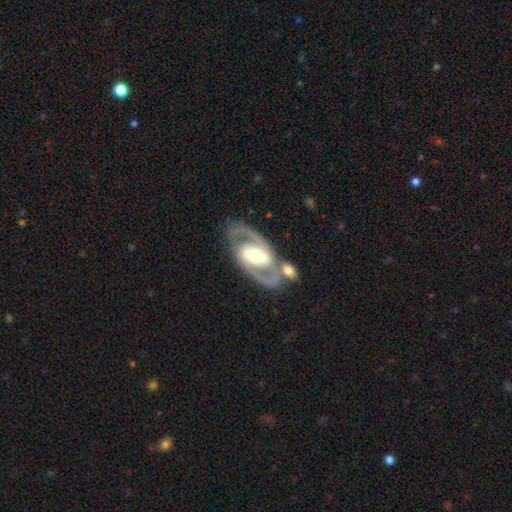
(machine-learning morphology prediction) Smooth or featured? featured or disk (87%)
Edge-on disk? no (95%)
Bar? strong (54%)
Spiral arms? yes (90%)
Spiral winding? medium (54%)
Spiral arm count? 2 (90%)
Bulge size? moderate (64%)
Merging? none (66%)